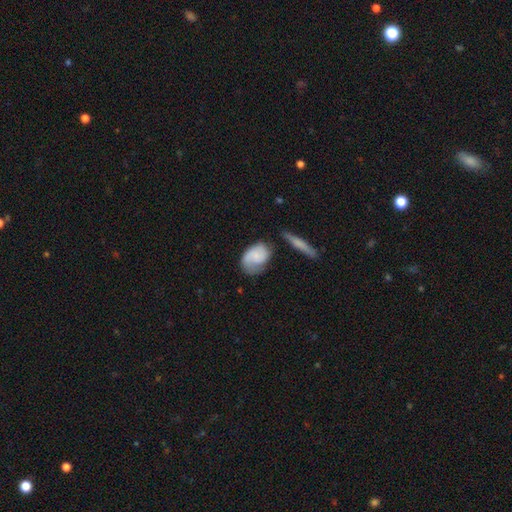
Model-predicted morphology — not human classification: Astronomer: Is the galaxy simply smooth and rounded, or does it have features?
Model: smooth — 49% (runner-up: featured or disk, 44%).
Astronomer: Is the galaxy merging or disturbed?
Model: none — 52% (runner-up: minor disturbance, 28%).